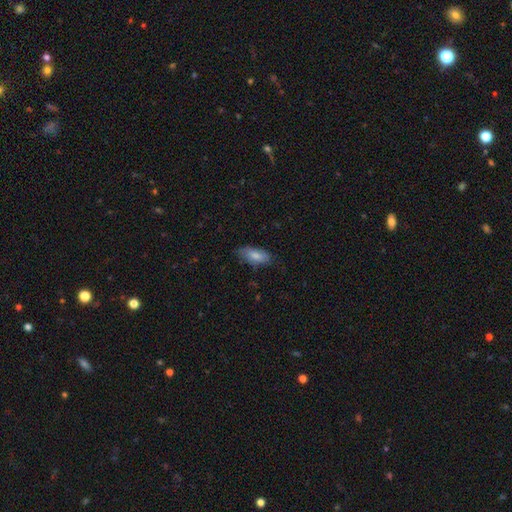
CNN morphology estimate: A smooth galaxy with no disk features (81%) that is in between round and cigar-shaped (82%).

Vote fractions:
- Smooth or featured? smooth: 81% / featured or disk: 13% / star or artifact: 6%
- How rounded? in between: 82% / cigar-shaped: 16% / round: 2%
- Merging? none: 73% / minor disturbance: 21% / major disturbance: 4% / merger: 1%